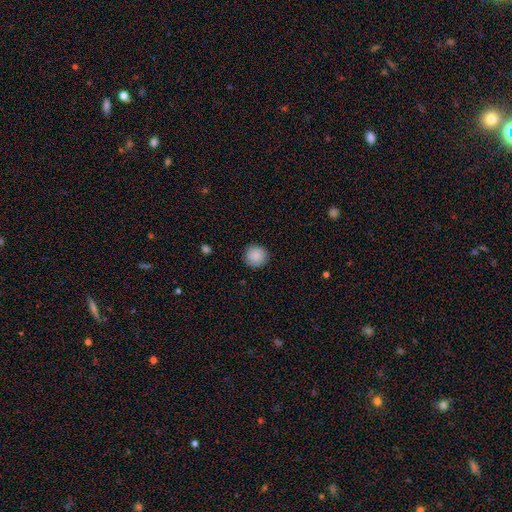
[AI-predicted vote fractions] smooth 88%, star or artifact 8%, featured or disk 4%. Down the decision tree: how rounded — round (94%); merging — none (91%).